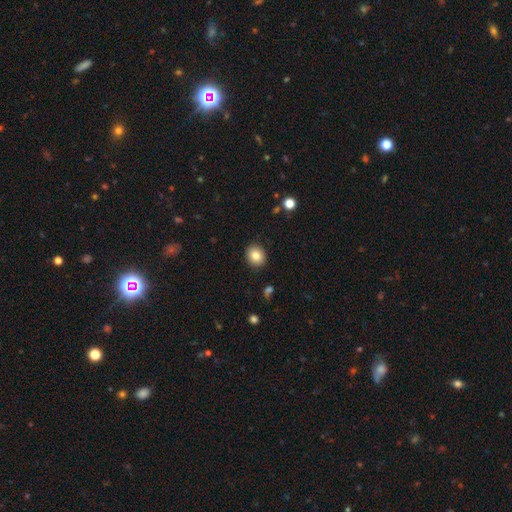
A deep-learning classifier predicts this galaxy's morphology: Overall: smooth (83%). How rounded: round (70%; in between 30%). Merging: none (90%).